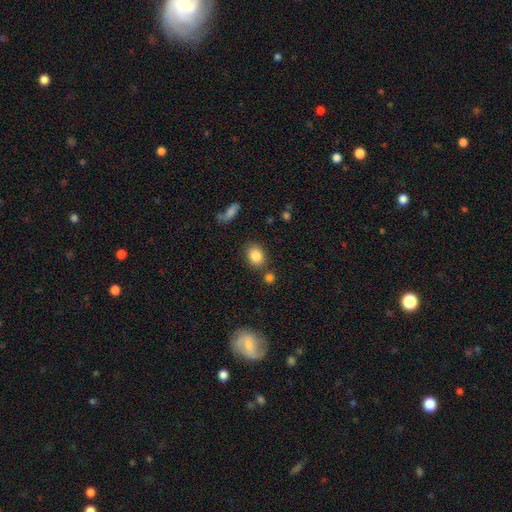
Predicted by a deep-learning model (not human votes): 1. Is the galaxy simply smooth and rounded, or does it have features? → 85% smooth, 9% star or artifact, 6% featured or disk.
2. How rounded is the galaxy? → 59% in between, 40% round, 1% cigar-shaped.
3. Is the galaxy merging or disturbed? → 74% none, 13% minor disturbance, 10% merger, 4% major disturbance.